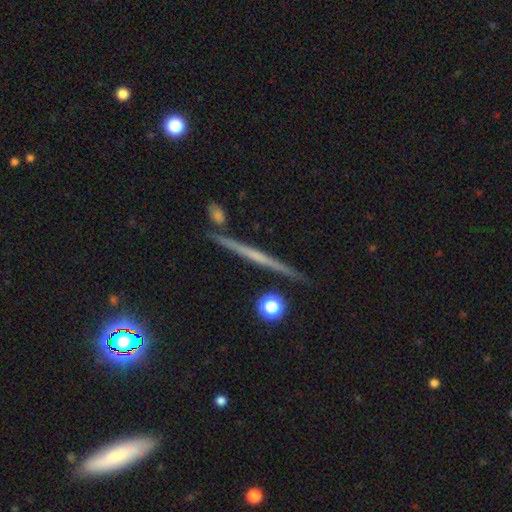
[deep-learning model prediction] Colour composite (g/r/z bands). It shows a featured or disk galaxy (66%) viewed edge-on (98%) with no central bulge (72%). Merging: none (88%).